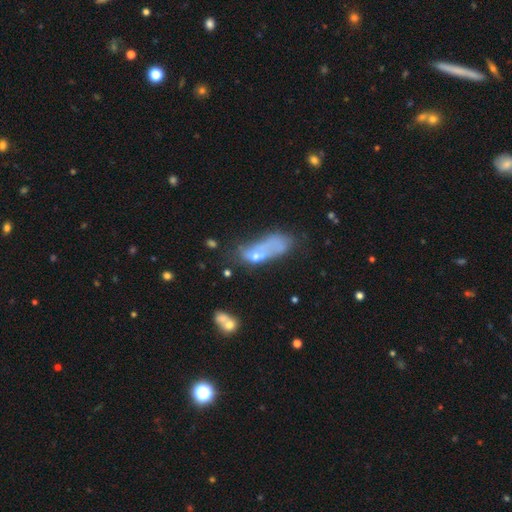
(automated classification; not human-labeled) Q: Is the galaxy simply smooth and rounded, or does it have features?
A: smooth — 48%.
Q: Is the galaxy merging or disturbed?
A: none — 36%.